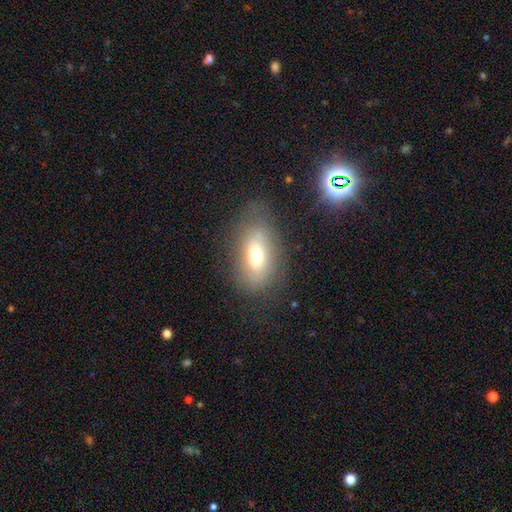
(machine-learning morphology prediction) smooth-or-featured: smooth: 63% | featured or disk: 25% | star or artifact: 12%
  how-rounded: in between: 84% | round: 10% | cigar-shaped: 6%
  merging: none: 62% | minor disturbance: 22% | major disturbance: 13% | merger: 3%